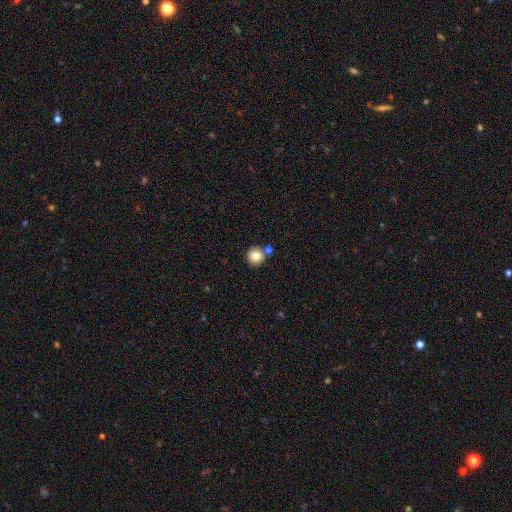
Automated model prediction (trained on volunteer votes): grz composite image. It shows a smooth galaxy with no disk features (82%) that is round (94%). Merging: none (75%).